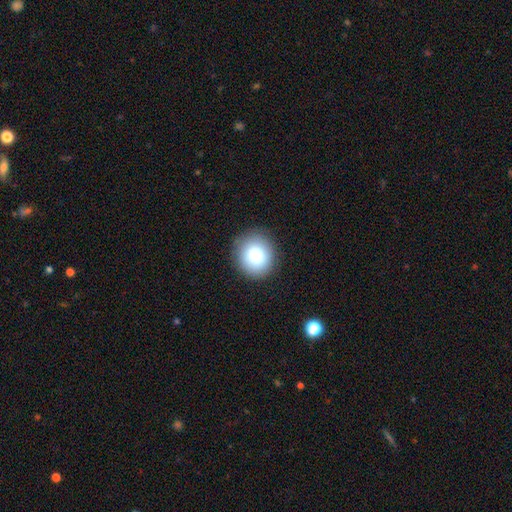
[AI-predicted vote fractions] This appears to be a smooth galaxy with no disk features (80%) that is round (83%). Merging: none (88%).